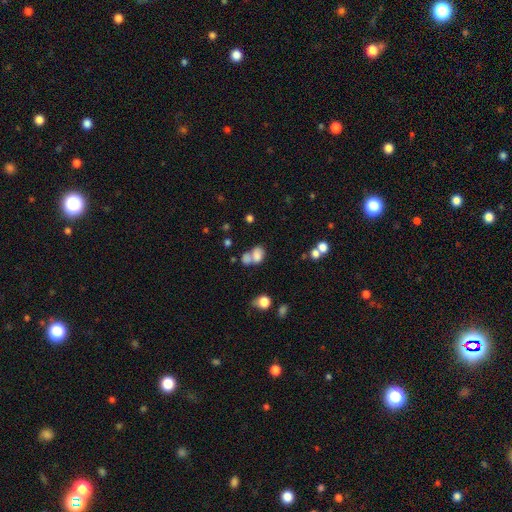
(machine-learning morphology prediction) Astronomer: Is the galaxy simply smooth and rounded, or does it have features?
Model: smooth — 73%.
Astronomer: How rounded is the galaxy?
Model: in between — 72%.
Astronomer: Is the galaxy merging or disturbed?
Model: merger — 55%.